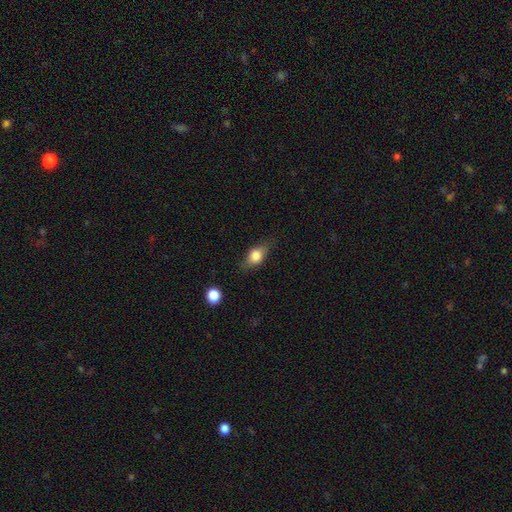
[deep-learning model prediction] Morphology: type=smooth (70%); roundness=in between (72%); merging=none (75%).